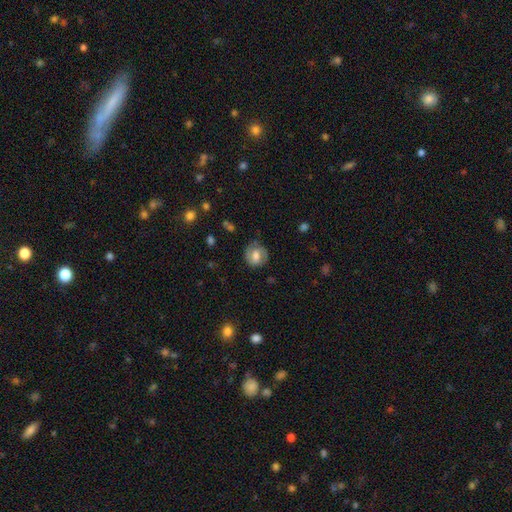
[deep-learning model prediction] This appears to be a smooth galaxy with no disk features (47%). Merging: none (74%).